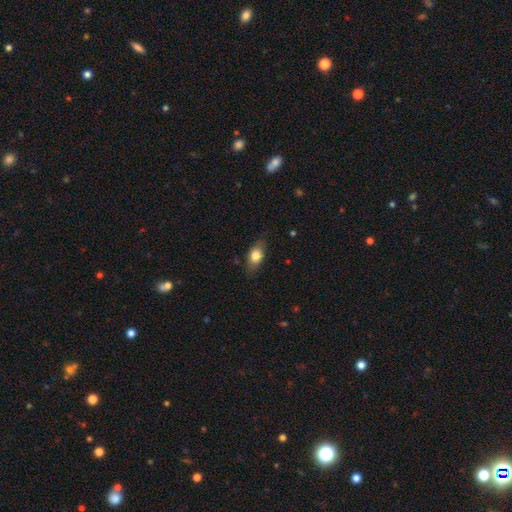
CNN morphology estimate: Q: Smooth or featured?
A: smooth (77%); runner-up: featured or disk (16%)
Q: How rounded?
A: in between (82%); runner-up: round (10%)
Q: Merging?
A: none (78%); runner-up: minor disturbance (17%)